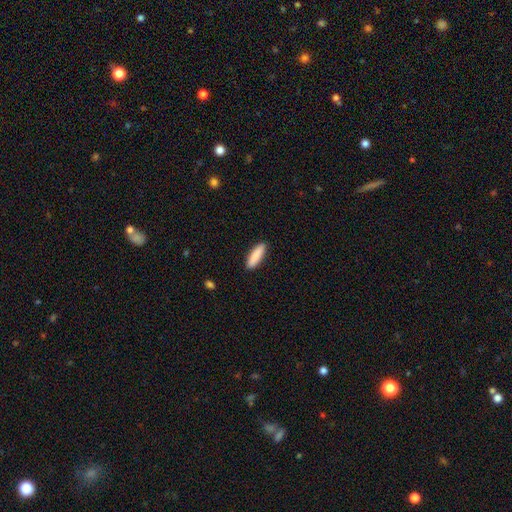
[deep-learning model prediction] Smooth or featured? smooth (88%)
How rounded? cigar-shaped (59%)
Merging? none (89%)